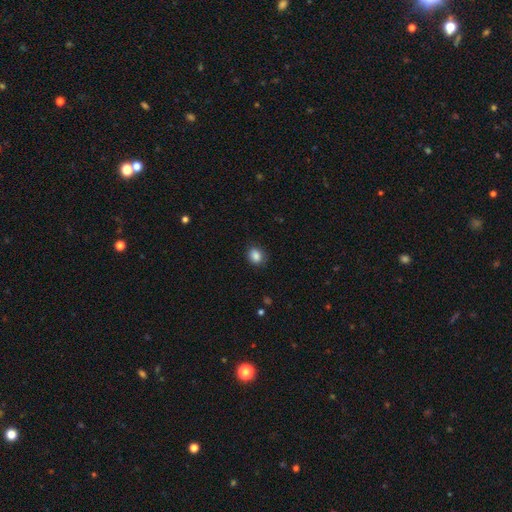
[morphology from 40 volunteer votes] Smooth or featured? smooth (95%)
How rounded? round (50%, tied with in between)
Merging? none (82%)